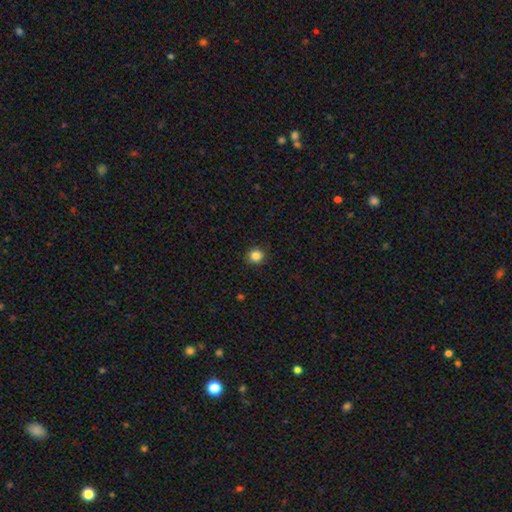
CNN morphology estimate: smooth_or_featured: smooth (p=0.85) [alt: star or artifact p=0.12]
how_rounded: round (p=0.91) [alt: in between p=0.08]
merging: none (p=0.92) [alt: minor disturbance p=0.06]